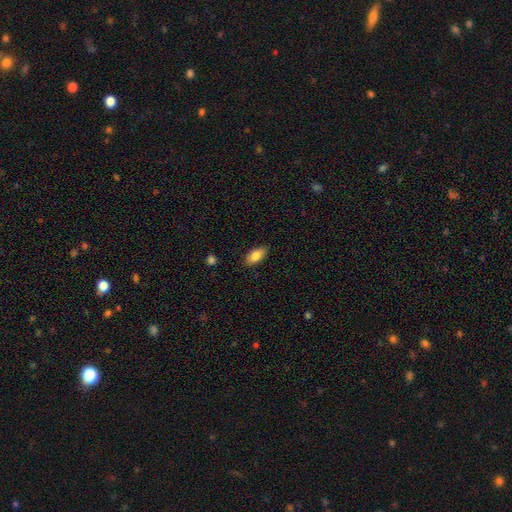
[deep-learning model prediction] smooth 84%, featured or disk 9%, star or artifact 7%. Down the decision tree: how rounded — in between (92%); merging — none (86%).